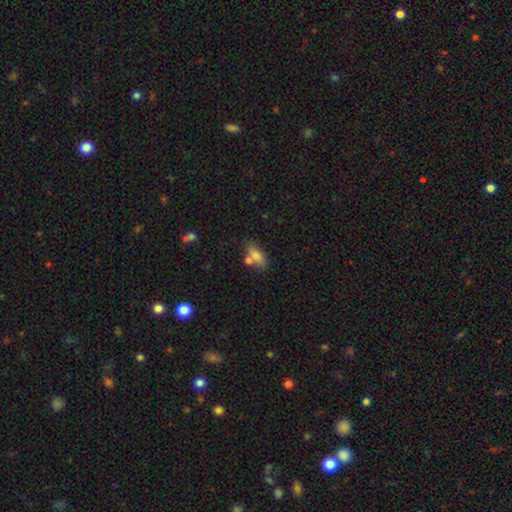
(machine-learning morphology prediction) smooth 76%, featured or disk 15%, star or artifact 9%. Down the decision tree: how rounded — in between (75%); merging — none (59%).